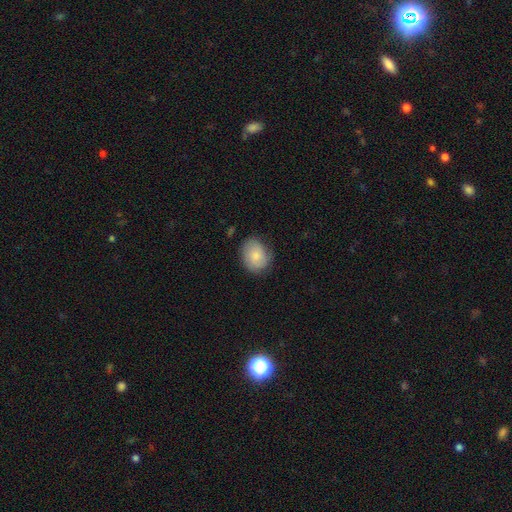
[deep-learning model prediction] Smooth or featured: smooth — 72% (featured or disk — 22%)
How rounded: round — 50% (in between — 49%)
Merging: none — 75% (minor disturbance — 19%)